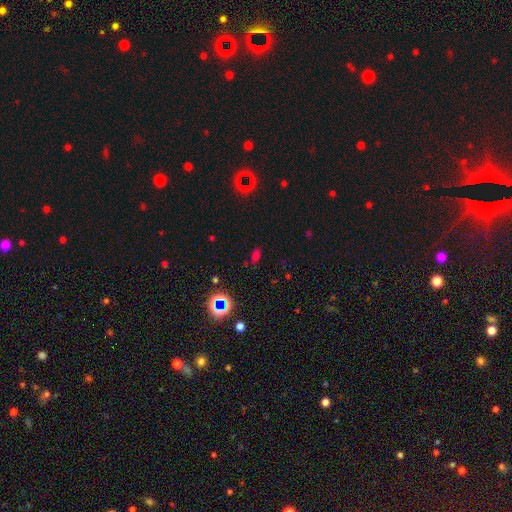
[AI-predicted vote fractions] Smooth or featured? star or artifact (47%)